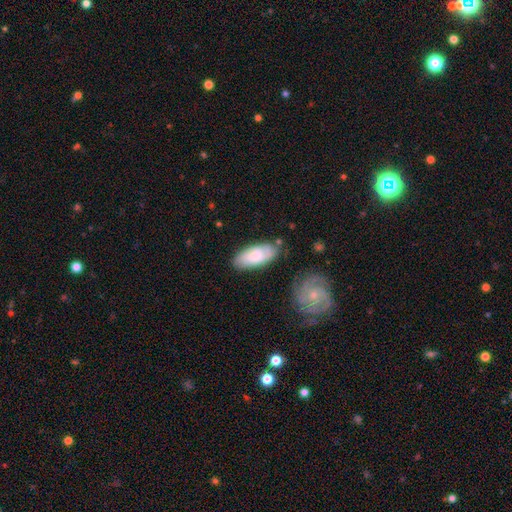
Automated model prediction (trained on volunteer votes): The model was most divided on "smooth or featured": smooth: 68%, featured or disk: 26%, star or artifact: 6%. More confident: how rounded — in between (86%); merging — none (71%).